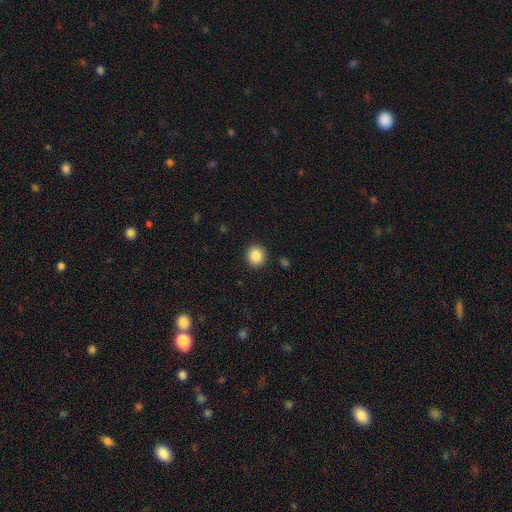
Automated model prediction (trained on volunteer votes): Smooth or featured? smooth (86%)
How rounded? round (90%)
Merging? none (92%)